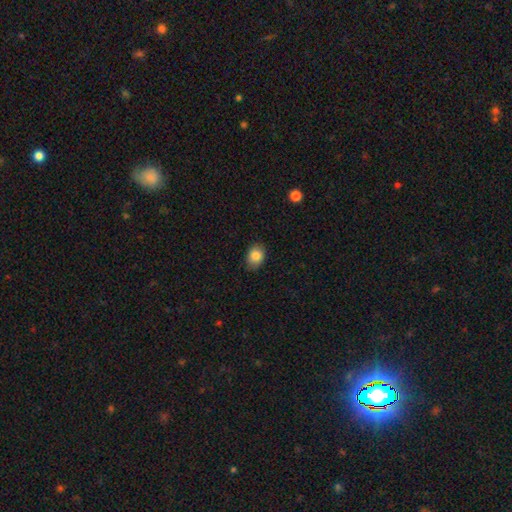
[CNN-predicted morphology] A smooth galaxy with no disk features (85%) that is in between round and cigar-shaped (68%). Merging: none (82%).